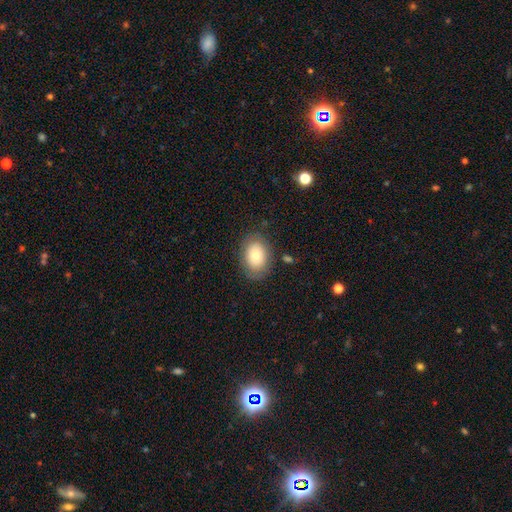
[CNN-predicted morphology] Smooth or featured: smooth — 76% (featured or disk — 16%)
How rounded: in between — 74% (round — 25%)
Merging: none — 80% (minor disturbance — 14%)